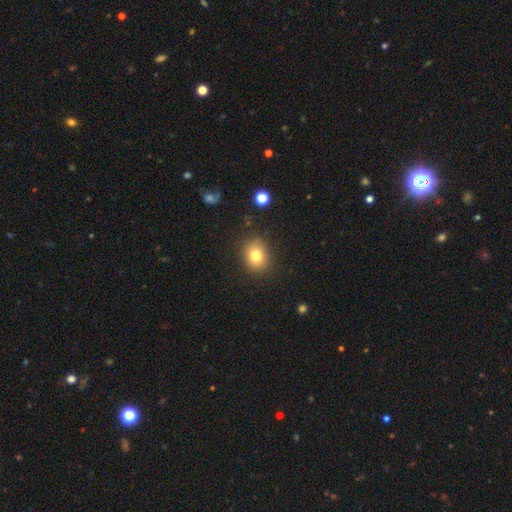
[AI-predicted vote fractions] smooth_or_featured: smooth (p=0.79) [alt: star or artifact p=0.11]
how_rounded: round (p=0.56) [alt: in between p=0.43]
merging: none (p=0.86) [alt: minor disturbance p=0.09]